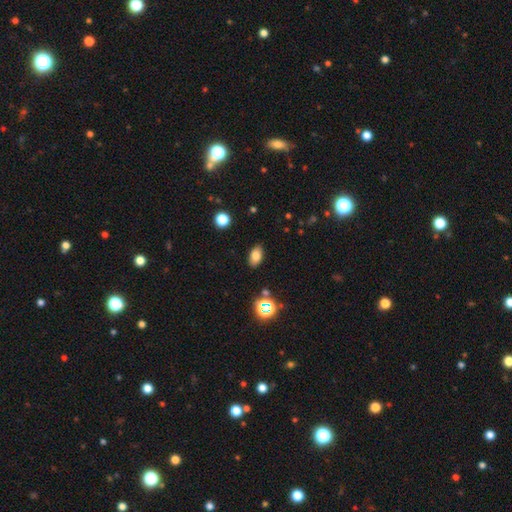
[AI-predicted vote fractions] The model was most divided on "smooth or featured": smooth: 79%, star or artifact: 13%, featured or disk: 8%. More confident: how rounded — in between (90%); merging — none (87%).